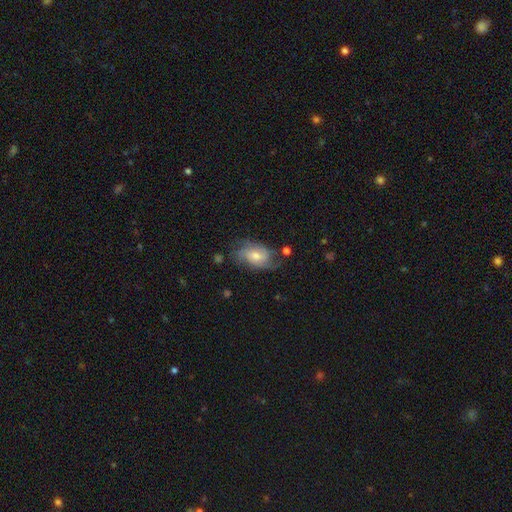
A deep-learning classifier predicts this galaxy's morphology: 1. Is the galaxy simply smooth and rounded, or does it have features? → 61% featured or disk, 30% smooth, 9% star or artifact.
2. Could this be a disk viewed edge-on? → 95% no, 5% yes.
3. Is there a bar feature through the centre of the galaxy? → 61% no, 33% weak, 6% strong.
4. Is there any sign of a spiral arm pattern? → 86% yes, 14% no.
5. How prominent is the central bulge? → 56% moderate, 33% small, 7% large, 3% none, 1% dominant.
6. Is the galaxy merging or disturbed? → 62% none, 24% minor disturbance, 11% major disturbance, 3% merger.